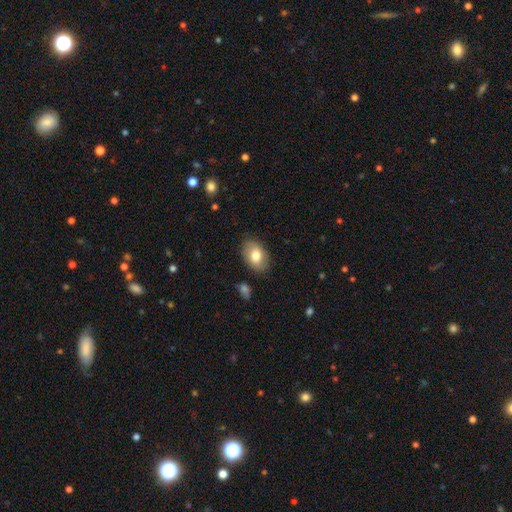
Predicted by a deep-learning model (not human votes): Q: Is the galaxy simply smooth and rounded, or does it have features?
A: smooth — 77%.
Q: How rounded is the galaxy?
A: in between — 87%.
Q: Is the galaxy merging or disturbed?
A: none — 84%.